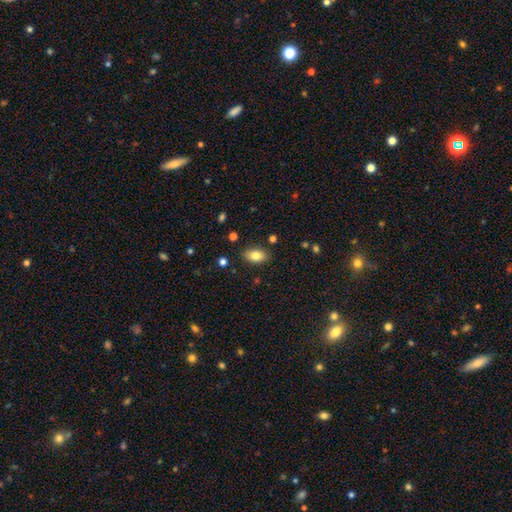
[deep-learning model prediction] Smooth or featured: smooth — 81% (featured or disk — 11%)
How rounded: in between — 91% (round — 6%)
Merging: none — 86% (minor disturbance — 10%)